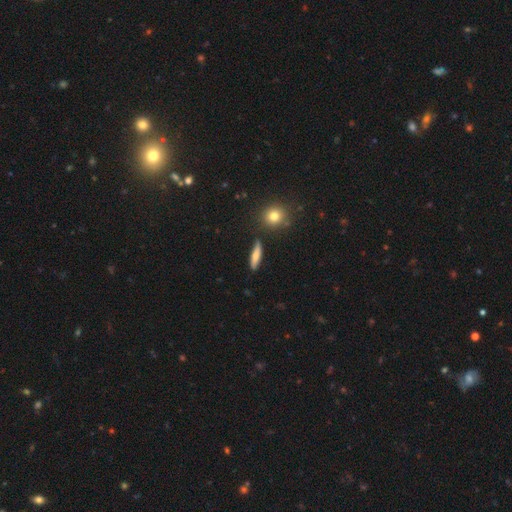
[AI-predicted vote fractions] A smooth galaxy with no disk features (65%) that is cigar-shaped (74%).

Vote fractions:
- Smooth or featured? smooth: 65% / featured or disk: 28% / star or artifact: 8%
- How rounded? cigar-shaped: 74% / in between: 22% / round: 4%
- Merging? none: 84% / minor disturbance: 11% / merger: 3% / major disturbance: 2%